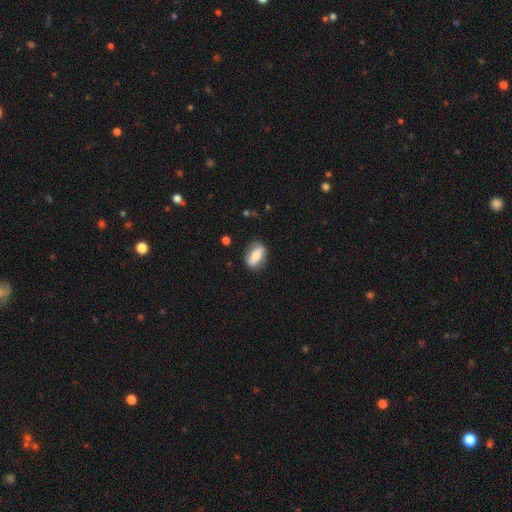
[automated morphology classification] This is likely a smooth galaxy (60%). How rounded: clearly in between (81%). Merging: likely none (78%).